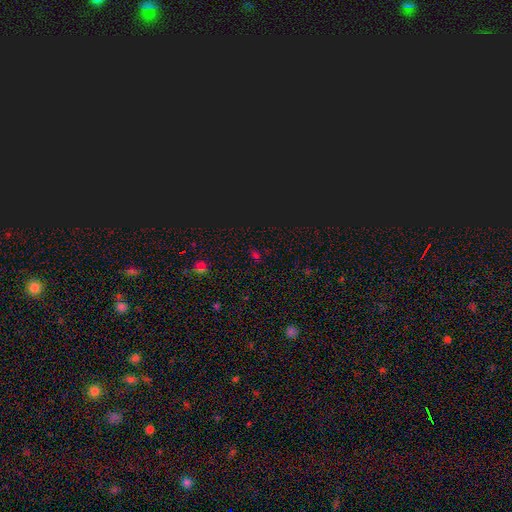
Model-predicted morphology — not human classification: smooth-or-featured: star or artifact: 60% | smooth: 34% | featured or disk: 6%